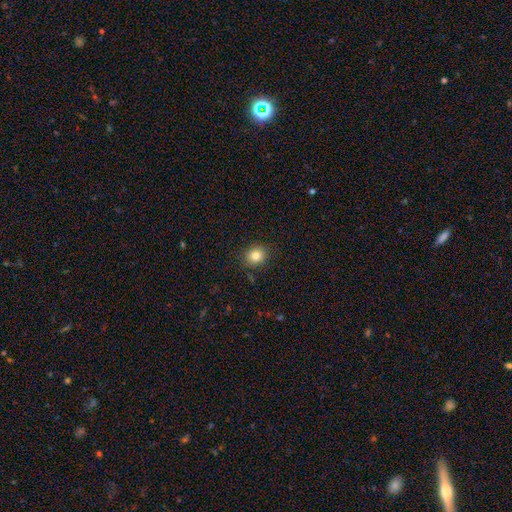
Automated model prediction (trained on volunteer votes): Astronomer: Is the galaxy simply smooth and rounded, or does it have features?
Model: smooth — 82%.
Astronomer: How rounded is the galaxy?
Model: round — 77%.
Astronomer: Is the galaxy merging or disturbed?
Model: none — 88%.